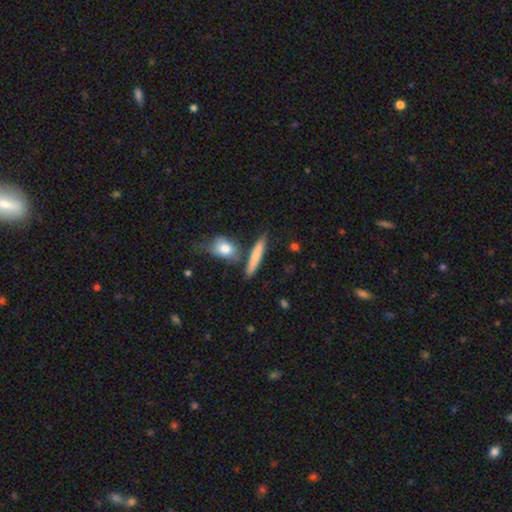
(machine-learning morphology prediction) Q: Smooth or featured?
A: smooth (76%); runner-up: featured or disk (17%)
Q: How rounded?
A: cigar-shaped (82%); runner-up: in between (15%)
Q: Merging?
A: none (73%); runner-up: merger (12%)